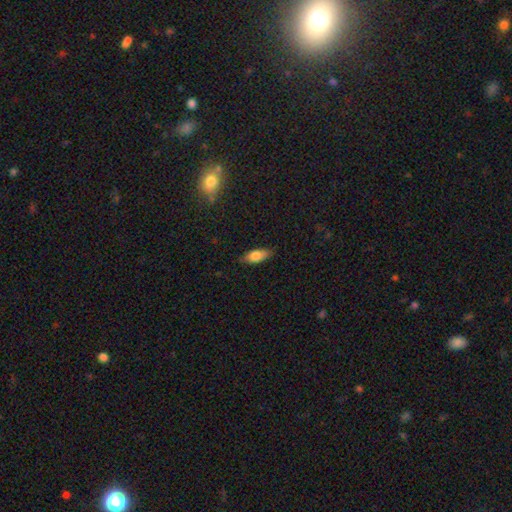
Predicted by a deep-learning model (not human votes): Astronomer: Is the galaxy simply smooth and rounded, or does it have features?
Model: smooth — 76%.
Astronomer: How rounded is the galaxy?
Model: in between — 74%.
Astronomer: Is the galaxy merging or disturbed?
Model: none — 81%.